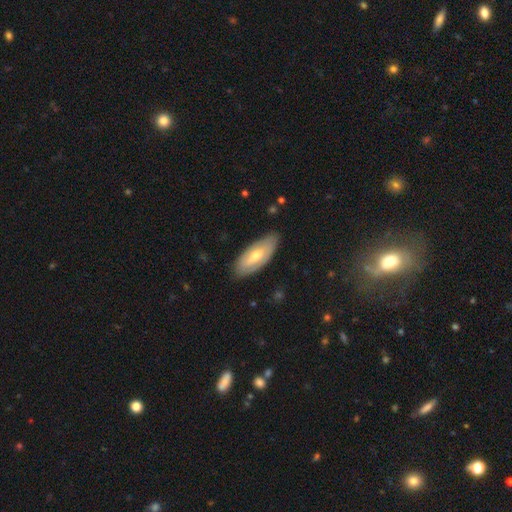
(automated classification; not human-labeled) Smooth or featured? smooth (48%)
Merging? none (80%)